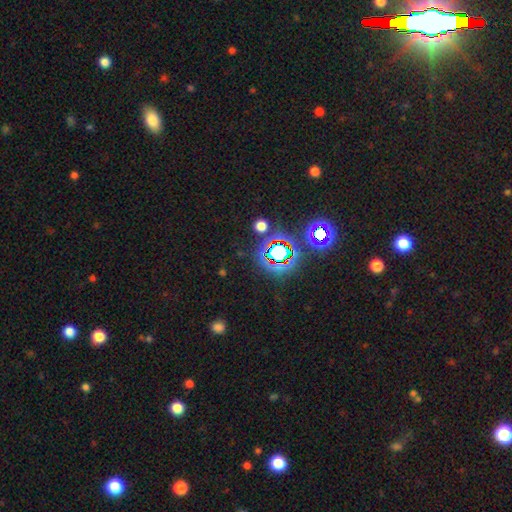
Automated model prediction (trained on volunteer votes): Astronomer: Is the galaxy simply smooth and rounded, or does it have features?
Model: star or artifact — 81%.